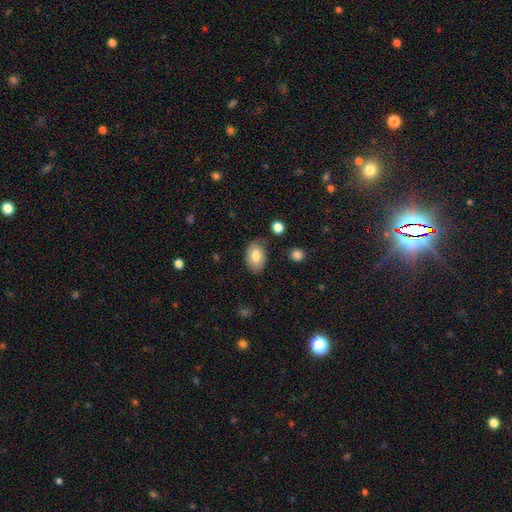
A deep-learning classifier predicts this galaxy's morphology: Overall: smooth (76%). How rounded: in between (89%). Merging: none (74%).